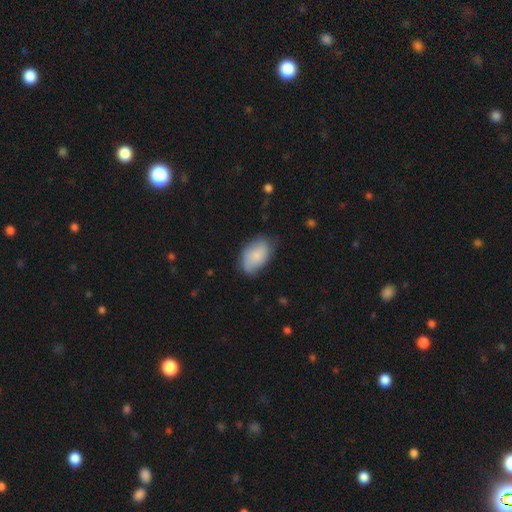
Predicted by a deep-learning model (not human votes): Q: Smooth or featured?
A: smooth (80%); runner-up: featured or disk (13%)
Q: How rounded?
A: in between (92%); runner-up: round (7%)
Q: Merging?
A: none (67%); runner-up: minor disturbance (26%)